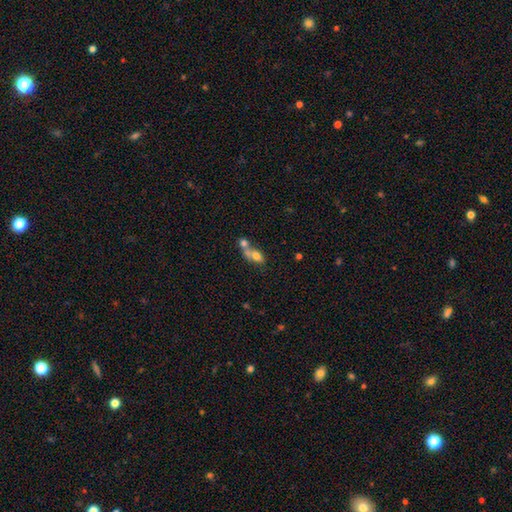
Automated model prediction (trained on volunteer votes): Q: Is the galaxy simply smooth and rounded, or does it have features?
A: smooth — 68%.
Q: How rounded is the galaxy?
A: in between — 71%.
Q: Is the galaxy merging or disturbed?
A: merger — 64%.